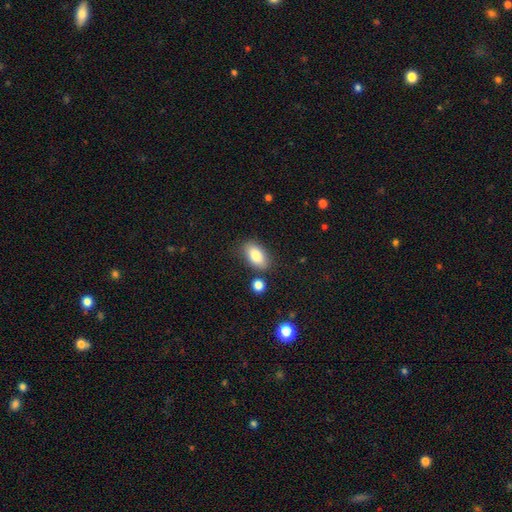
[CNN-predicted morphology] Smooth or featured? smooth (82%)
How rounded? in between (91%)
Merging? none (80%)